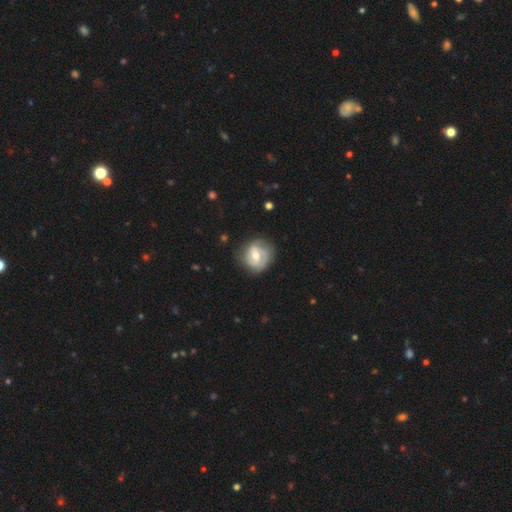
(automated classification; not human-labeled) Smooth or featured? featured or disk (71%)
Edge-on disk? no (98%)
Bar? weak (44%)
Spiral arms? yes (86%)
Spiral winding? tight (47%)
Spiral arm count? 2 (55%)
Bulge size? moderate (71%)
Merging? none (72%)